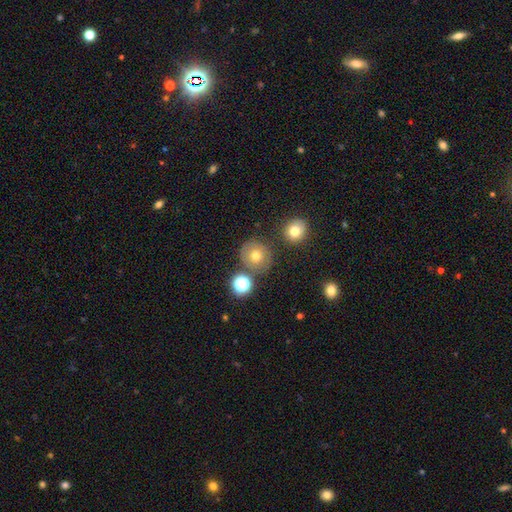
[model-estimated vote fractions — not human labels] Q: Smooth or featured?
A: smooth (66%); runner-up: featured or disk (18%)
Q: How rounded?
A: round (91%); runner-up: in between (8%)
Q: Merging?
A: none (77%); runner-up: minor disturbance (12%)